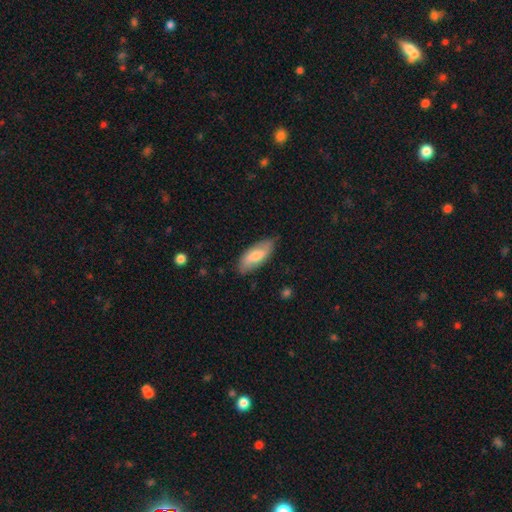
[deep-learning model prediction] This is likely a smooth galaxy (64%). How rounded: clearly in between (82%). Merging: likely none (79%).